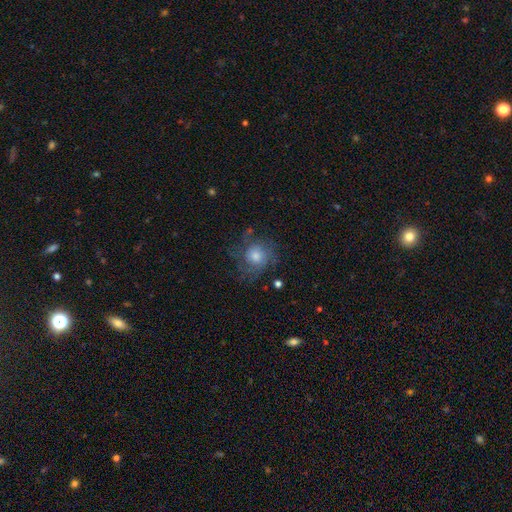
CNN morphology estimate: A smooth galaxy with no disk features (46%). Merging: none (61%).